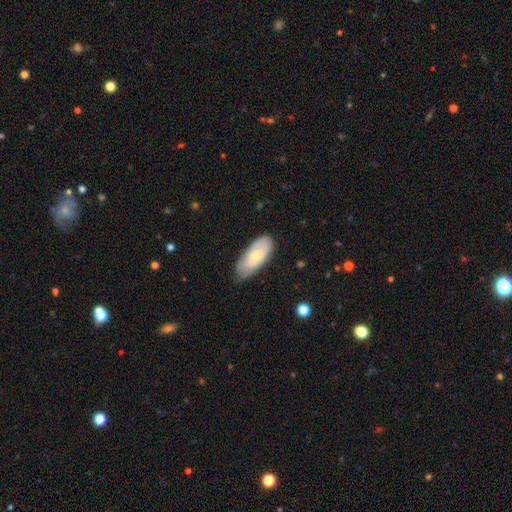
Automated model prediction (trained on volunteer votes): Smooth or featured? smooth (60%)
How rounded? in between (87%)
Merging? none (65%)